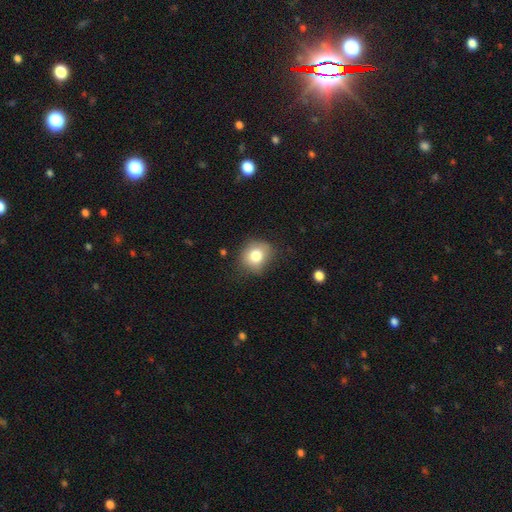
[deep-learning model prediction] smooth 79%, featured or disk 11%, star or artifact 11%. Down the decision tree: how rounded — round (73%); merging — none (71%).